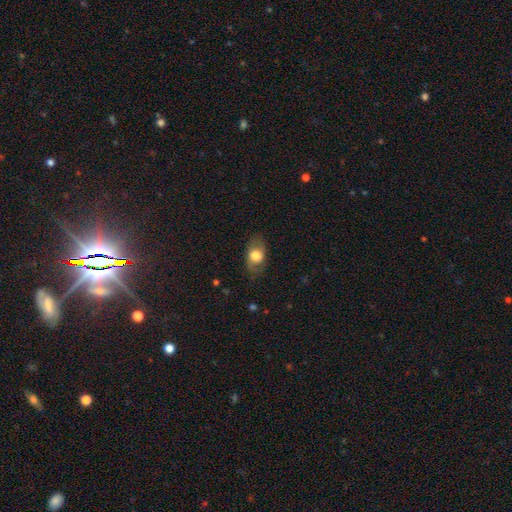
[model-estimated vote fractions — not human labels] Smooth or featured: smooth — 71% (featured or disk — 22%)
How rounded: in between — 80% (round — 17%)
Merging: none — 75% (minor disturbance — 17%)